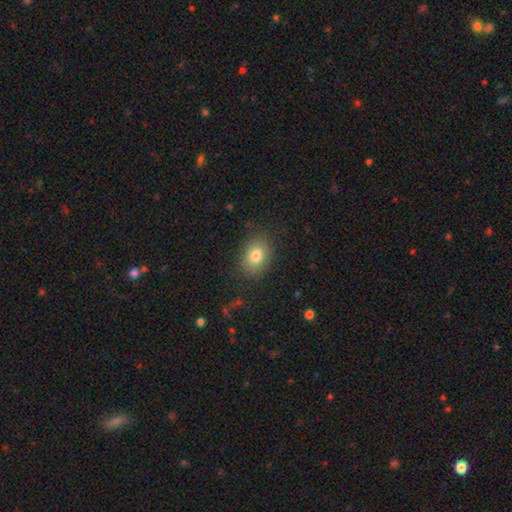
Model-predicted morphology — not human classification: A smooth galaxy with no disk features (80%) that is in between round and cigar-shaped (68%).

Vote fractions:
- Smooth or featured? smooth: 80% / featured or disk: 10% / star or artifact: 10%
- How rounded? in between: 68% / round: 31% / cigar-shaped: 1%
- Merging? none: 85% / minor disturbance: 11% / major disturbance: 4% / merger: 1%